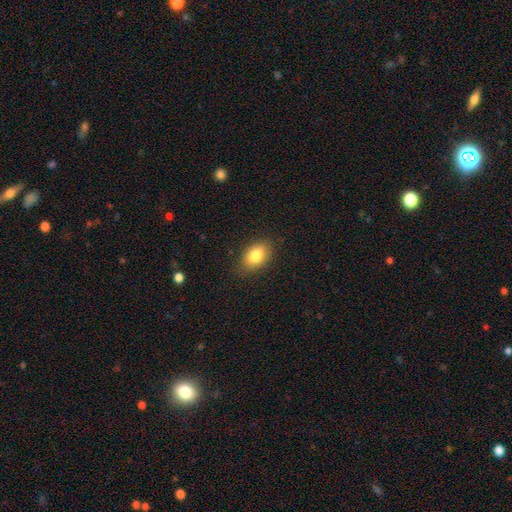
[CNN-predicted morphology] type=smooth (82%); roundness=in between (83%); merging=none (84%).